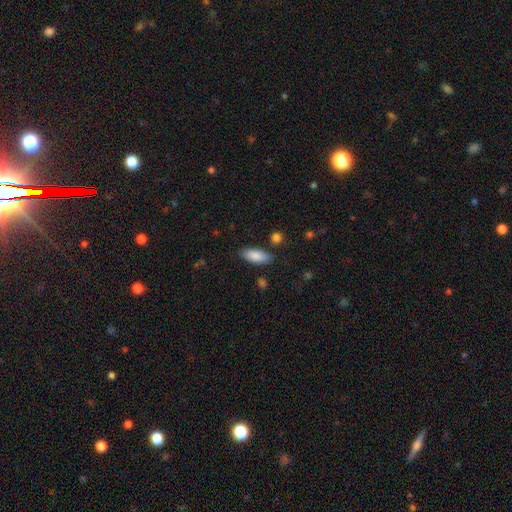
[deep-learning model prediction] Smooth or featured? smooth (87%)
How rounded? in between (80%)
Merging? none (83%)